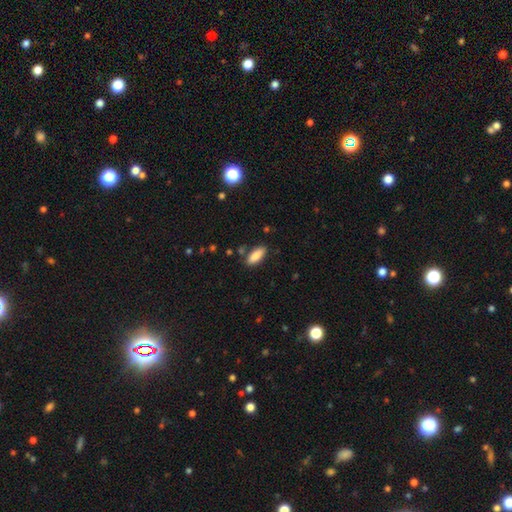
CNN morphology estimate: Q: Smooth or featured?
A: smooth (87%); runner-up: star or artifact (7%)
Q: How rounded?
A: in between (77%); runner-up: cigar-shaped (21%)
Q: Merging?
A: none (83%); runner-up: minor disturbance (11%)